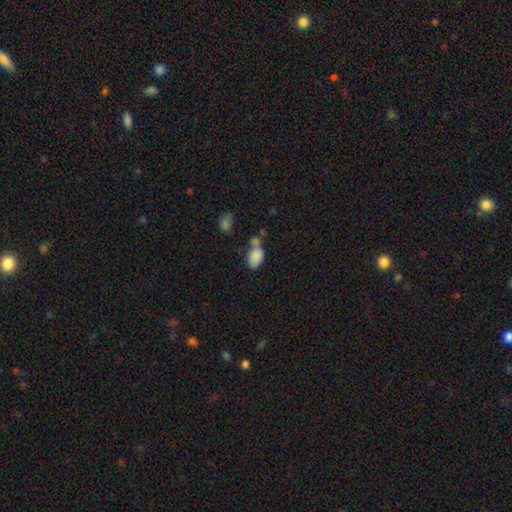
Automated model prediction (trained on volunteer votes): A smooth galaxy with no disk features (84%) that is in between round and cigar-shaped (87%). Merging: none (38%).